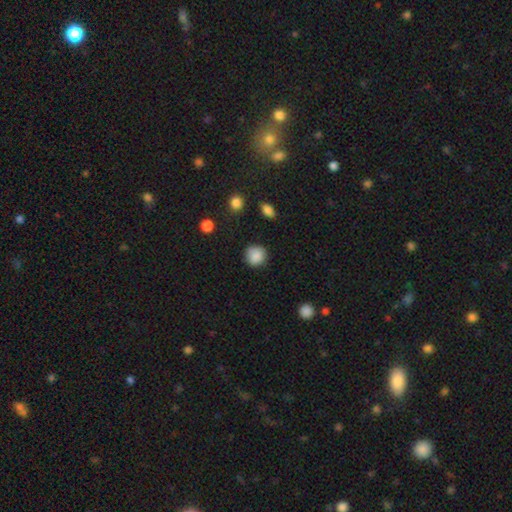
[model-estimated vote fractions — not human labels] A smooth galaxy with no disk features (88%) that is round (91%).

Vote fractions:
- Smooth or featured? smooth: 88% / star or artifact: 9% / featured or disk: 4%
- How rounded? round: 91% / in between: 8% / cigar-shaped: 1%
- Merging? none: 85% / minor disturbance: 10% / major disturbance: 3% / merger: 1%